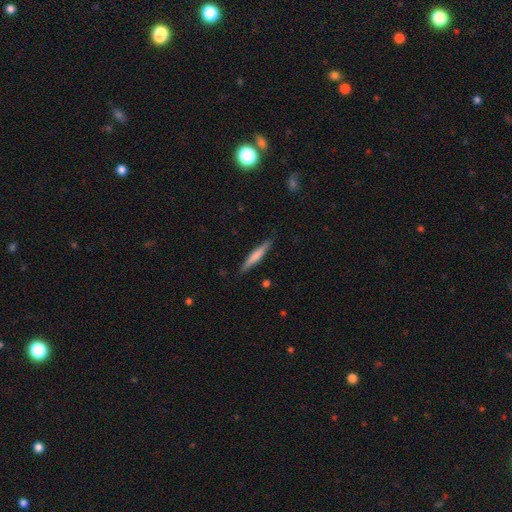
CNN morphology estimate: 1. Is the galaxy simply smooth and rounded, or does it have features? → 61% smooth, 34% featured or disk, 5% star or artifact.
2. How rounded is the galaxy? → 93% cigar-shaped, 6% in between, 1% round.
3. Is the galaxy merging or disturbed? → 88% none, 9% minor disturbance, 2% major disturbance, 1% merger.